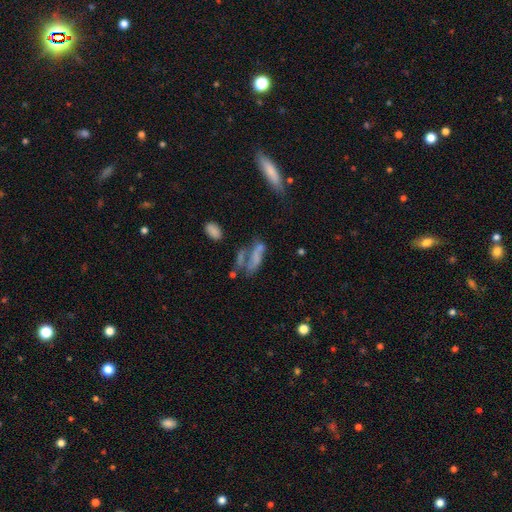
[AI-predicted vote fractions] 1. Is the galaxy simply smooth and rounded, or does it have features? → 47% smooth, 37% featured or disk, 16% star or artifact.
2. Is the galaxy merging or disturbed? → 33% merger, 26% none, 25% major disturbance, 16% minor disturbance.